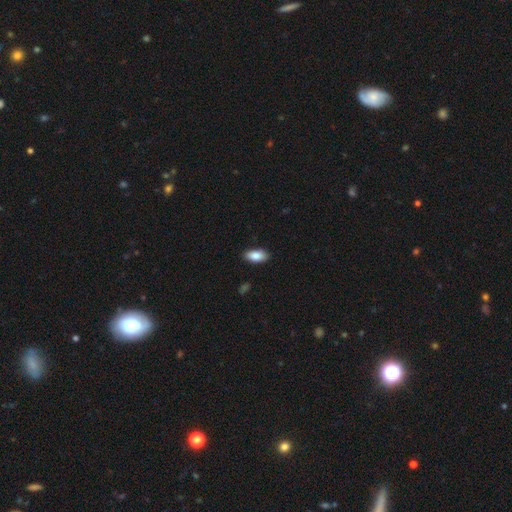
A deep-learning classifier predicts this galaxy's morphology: Smooth or featured?
  - smooth: 86% *
  - featured or disk: 8%
  - star or artifact: 6%
How rounded?
  - in between: 92% *
  - cigar-shaped: 5%
  - round: 3%
Merging?
  - none: 87% *
  - minor disturbance: 10%
  - major disturbance: 2%
  - merger: 1%